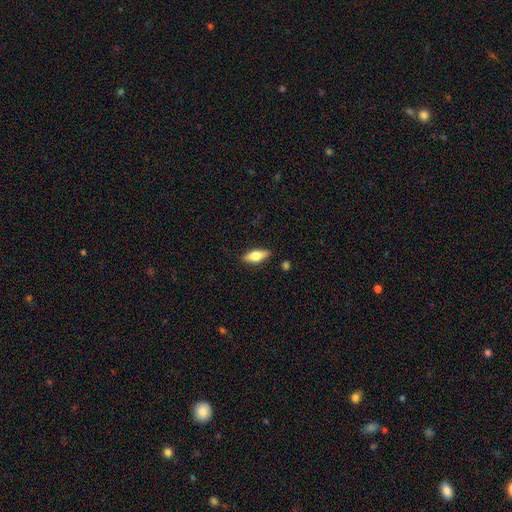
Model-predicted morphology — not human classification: smooth 63%, featured or disk 31%, star or artifact 7%. Down the decision tree: how rounded — in between (75%); merging — none (84%).